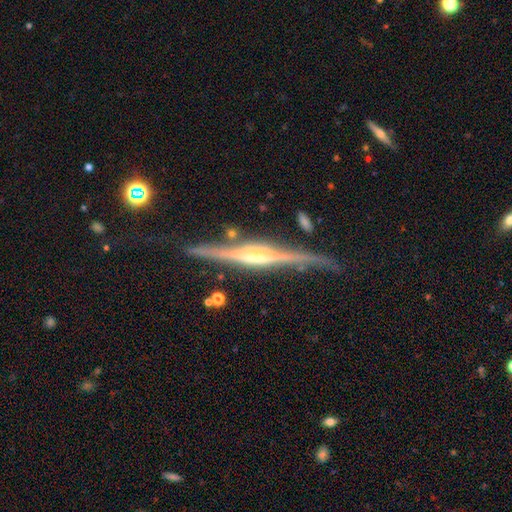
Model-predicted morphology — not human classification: A featured or disk galaxy (88%) viewed edge-on (97%) with a rounded central bulge (74%). Merging: none (80%).